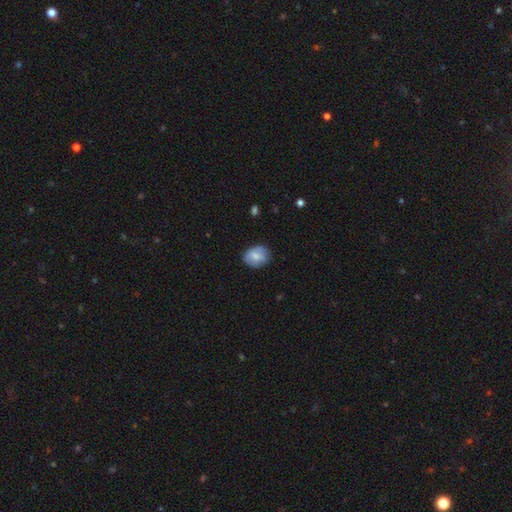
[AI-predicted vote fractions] The model was most divided on "how rounded": in between: 62%, round: 37%, cigar-shaped: 1%. More confident: merging — none (72%); smooth or featured — smooth (63%).